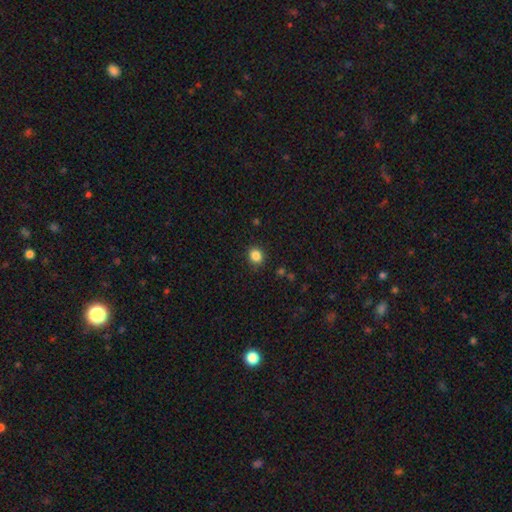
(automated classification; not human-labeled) Smooth or featured?
  - smooth: 84% *
  - star or artifact: 11%
  - featured or disk: 4%
How rounded?
  - round: 72% *
  - in between: 27%
  - cigar-shaped: 1%
Merging?
  - none: 88% *
  - minor disturbance: 8%
  - major disturbance: 2%
  - merger: 1%